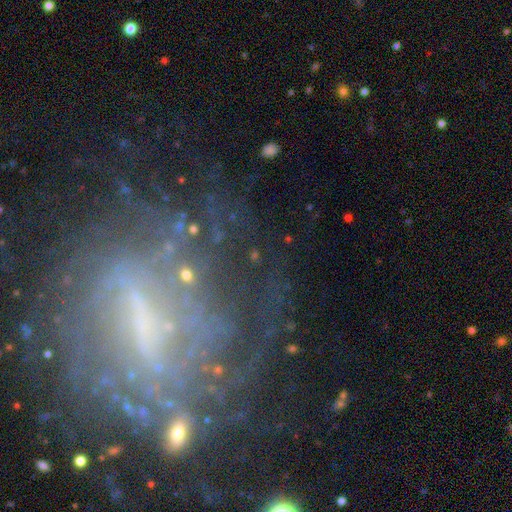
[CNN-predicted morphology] Smooth or featured: featured or disk — 73% (star or artifact — 15%)
Edge-on disk: no — 94% (yes — 6%)
Bar: strong — 39% (weak — 38%)
Spiral arms: yes — 71% (no — 29%)
Bulge size: none — 39% (small — 34%)
Merging: none — 57% (major disturbance — 22%)